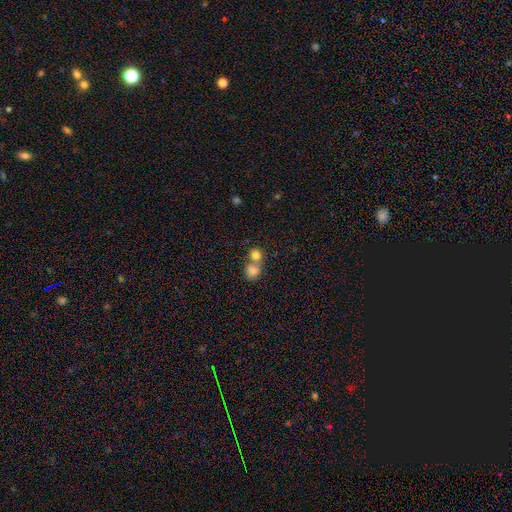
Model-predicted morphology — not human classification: smooth 80%, star or artifact 11%, featured or disk 8%. Down the decision tree: how rounded — round (85%); merging — merger (52%).